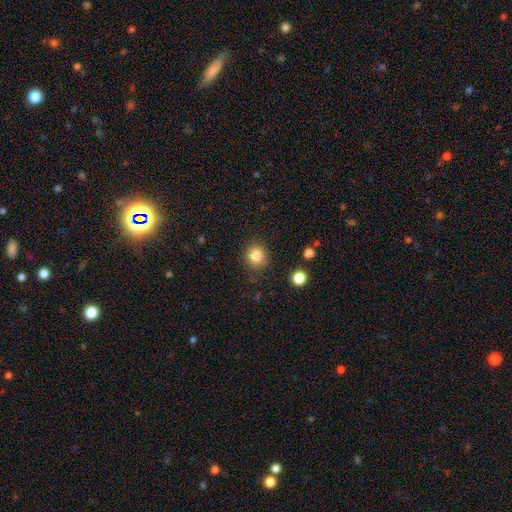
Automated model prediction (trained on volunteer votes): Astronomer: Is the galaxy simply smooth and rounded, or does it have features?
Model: smooth — 84%.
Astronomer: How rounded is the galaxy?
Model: round — 86%.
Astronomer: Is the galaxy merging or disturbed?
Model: none — 85%.